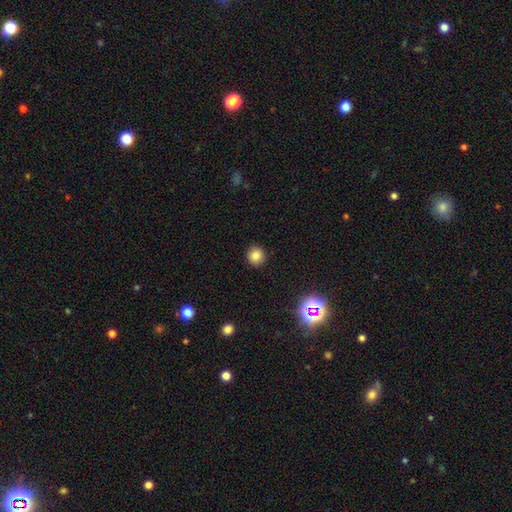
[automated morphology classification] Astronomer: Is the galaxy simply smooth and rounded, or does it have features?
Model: smooth — 82%.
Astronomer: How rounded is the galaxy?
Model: round — 93%.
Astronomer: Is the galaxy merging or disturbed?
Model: none — 92%.